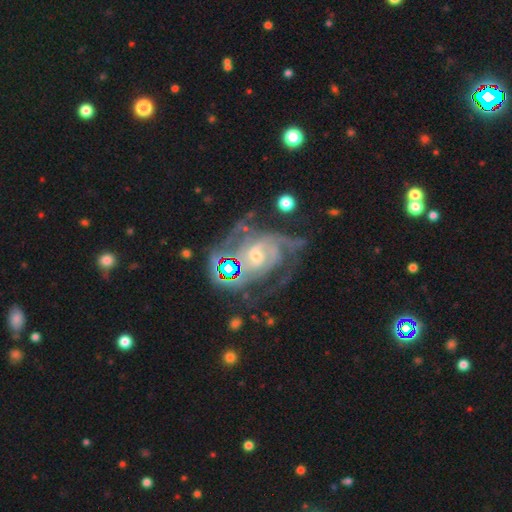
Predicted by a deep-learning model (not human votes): Smooth or featured: featured or disk — 87% (star or artifact — 8%)
Edge-on disk: no — 97% (yes — 3%)
Bar: no — 48% (weak — 38%)
Spiral arms: yes — 97% (no — 3%)
Spiral winding: tight — 51% (medium — 40%)
Spiral arm count: 2 — 29% (3 — 25%)
Bulge size: small — 59% (moderate — 34%)
Merging: none — 56% (minor disturbance — 20%)